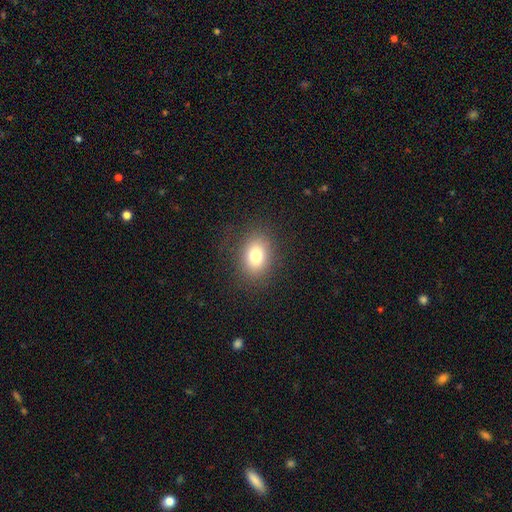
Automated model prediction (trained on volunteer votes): smooth 78%, star or artifact 12%, featured or disk 10%. Down the decision tree: how rounded — in between (64%); merging — none (83%).